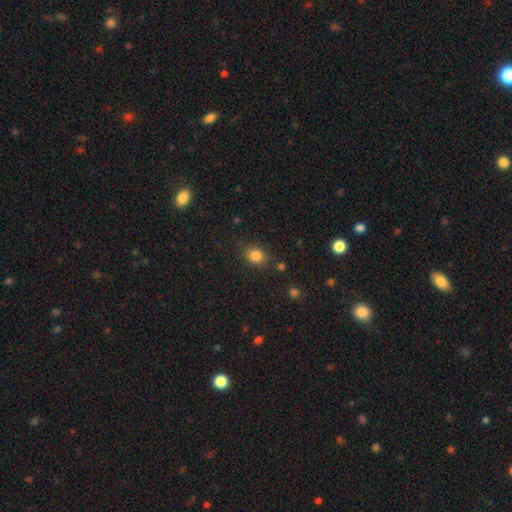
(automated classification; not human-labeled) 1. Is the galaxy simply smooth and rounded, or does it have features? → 83% smooth, 11% star or artifact, 6% featured or disk.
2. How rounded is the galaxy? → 53% round, 46% in between, 1% cigar-shaped.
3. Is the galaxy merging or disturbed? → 79% none, 14% minor disturbance, 4% major disturbance, 3% merger.